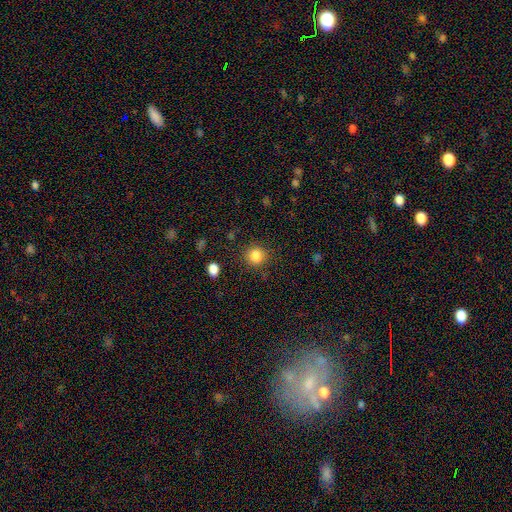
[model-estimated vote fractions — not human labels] Smooth or featured?
  - smooth: 85% *
  - star or artifact: 11%
  - featured or disk: 5%
How rounded?
  - round: 89% *
  - in between: 10%
  - cigar-shaped: 1%
Merging?
  - none: 87% *
  - minor disturbance: 8%
  - major disturbance: 3%
  - merger: 2%